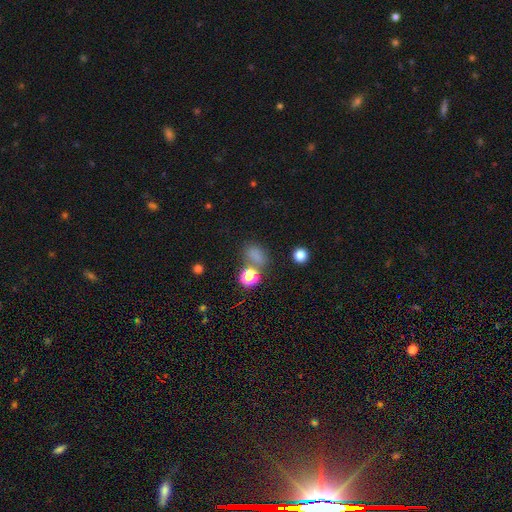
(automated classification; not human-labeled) Smooth or featured?
  - smooth: 67% *
  - star or artifact: 25%
  - featured or disk: 7%
How rounded?
  - in between: 61% *
  - round: 37%
  - cigar-shaped: 2%
Merging?
  - none: 56% *
  - merger: 17%
  - minor disturbance: 16%
  - major disturbance: 10%